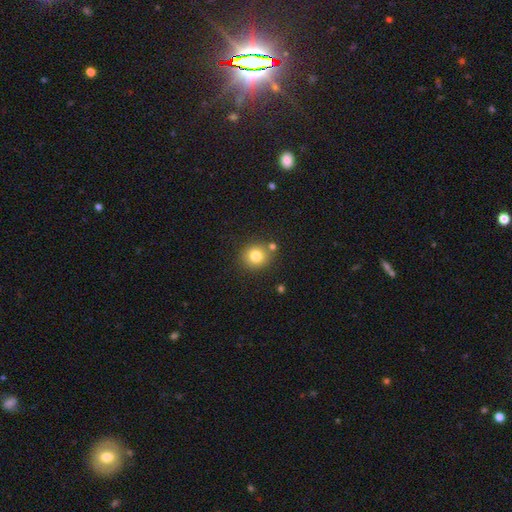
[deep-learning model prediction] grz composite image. It shows a smooth galaxy with no disk features (80%) that is round (87%). Merging: none (77%).